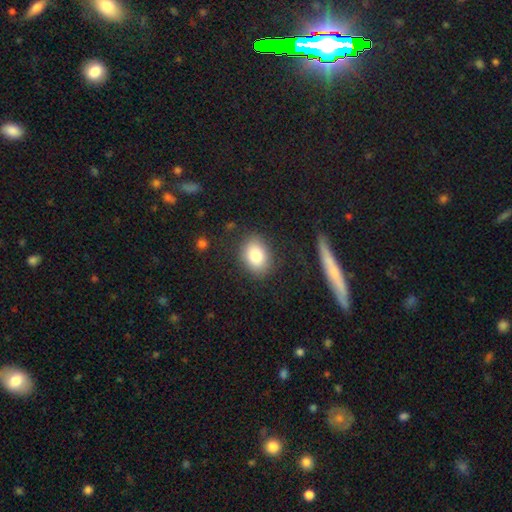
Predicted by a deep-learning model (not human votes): Smooth or featured? Predicted: smooth (p=0.81). How rounded? Predicted: in between (p=0.61). Merging? Predicted: none (p=0.83).